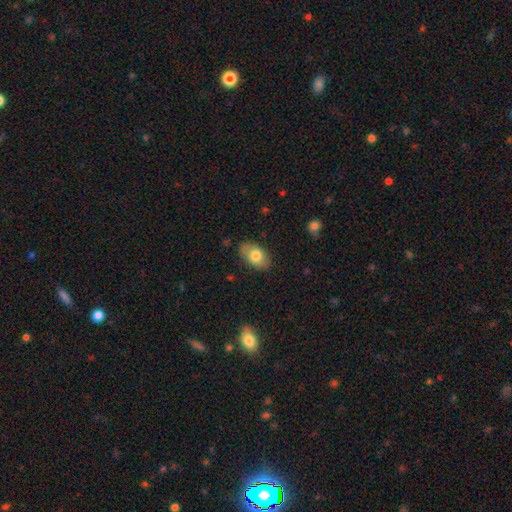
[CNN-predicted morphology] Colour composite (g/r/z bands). It shows a smooth galaxy with no disk features (74%) that is in between round and cigar-shaped (91%). Merging: none (81%).